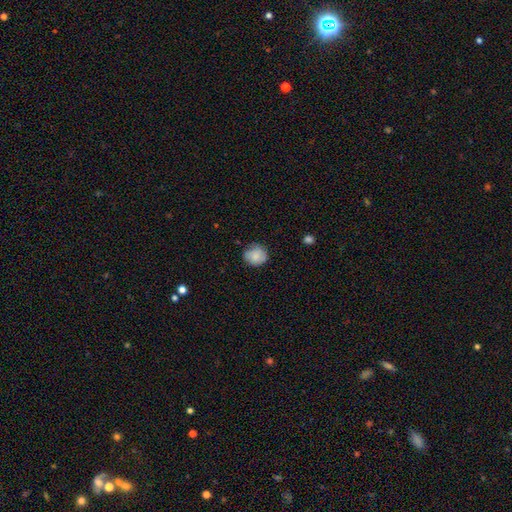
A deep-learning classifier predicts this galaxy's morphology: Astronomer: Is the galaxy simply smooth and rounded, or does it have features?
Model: smooth — 80%.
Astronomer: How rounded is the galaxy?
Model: round — 82%.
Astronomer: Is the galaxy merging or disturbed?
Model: none — 74%.